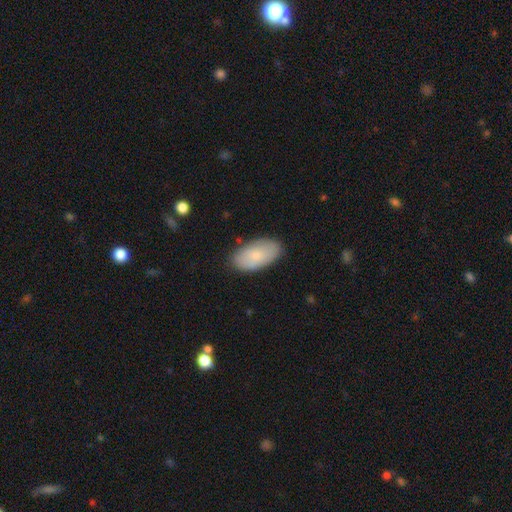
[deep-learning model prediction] A smooth galaxy with no disk features (79%) that is in between round and cigar-shaped (95%).

Vote fractions:
- Smooth or featured? smooth: 79% / featured or disk: 15% / star or artifact: 6%
- How rounded? in between: 95% / cigar-shaped: 2% / round: 2%
- Merging? none: 84% / minor disturbance: 13% / major disturbance: 2% / merger: 1%